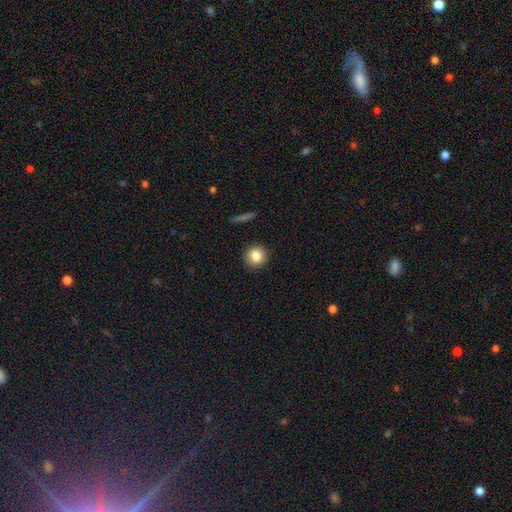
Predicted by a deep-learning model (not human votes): smooth_or_featured: smooth (p=0.84) [alt: star or artifact p=0.09]
how_rounded: round (p=0.90) [alt: in between p=0.09]
merging: none (p=0.91) [alt: minor disturbance p=0.06]